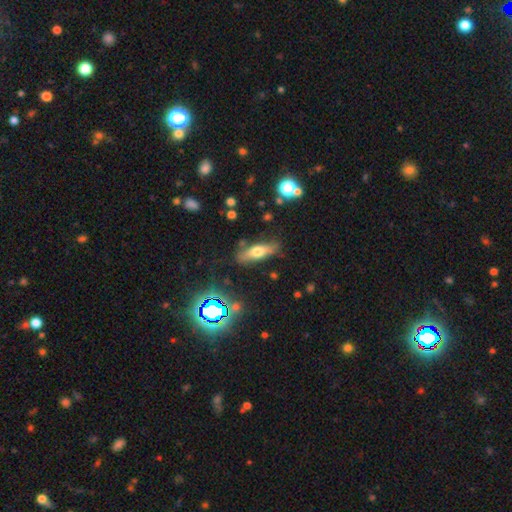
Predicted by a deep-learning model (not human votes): This appears to be a smooth galaxy with no disk features (50%) that is cigar-shaped (50%). Merging: none (79%).